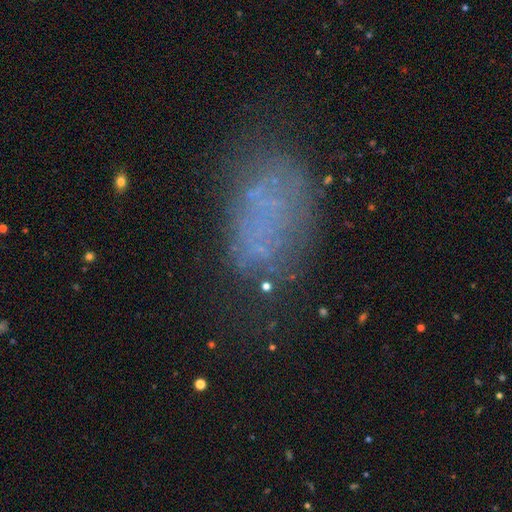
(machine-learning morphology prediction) Smooth or featured? smooth (40%)
Merging? none (55%)